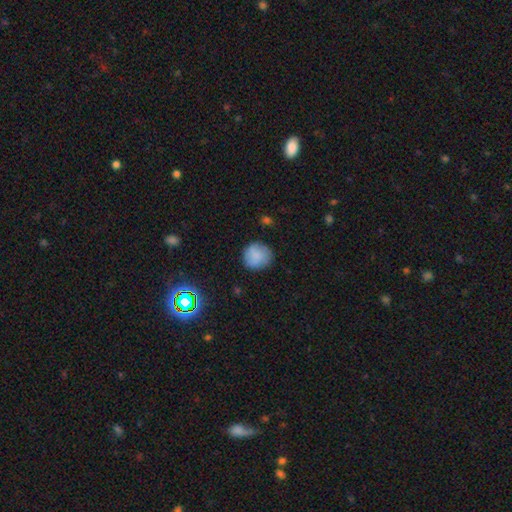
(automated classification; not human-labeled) Morphology: type=smooth (81%); roundness=round (88%); merging=none (77%).